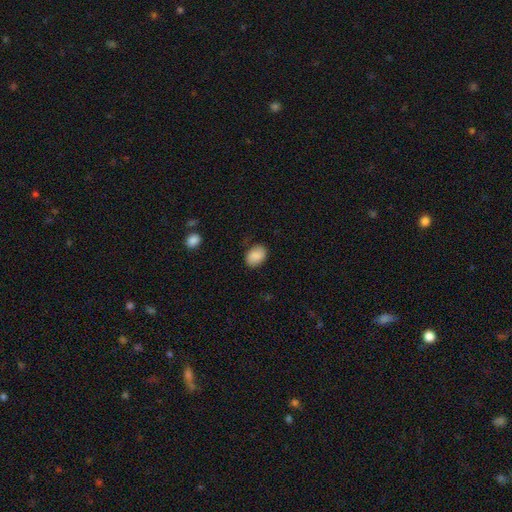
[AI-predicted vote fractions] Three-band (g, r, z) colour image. It shows a smooth galaxy with no disk features (87%) that is in between round and cigar-shaped (74%). Merging: none (82%).